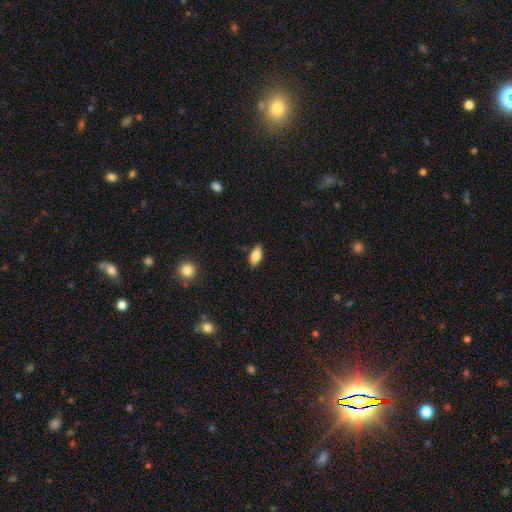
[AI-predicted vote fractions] This appears to be a smooth galaxy with no disk features (83%) that is in between round and cigar-shaped (90%). Merging: none (84%).